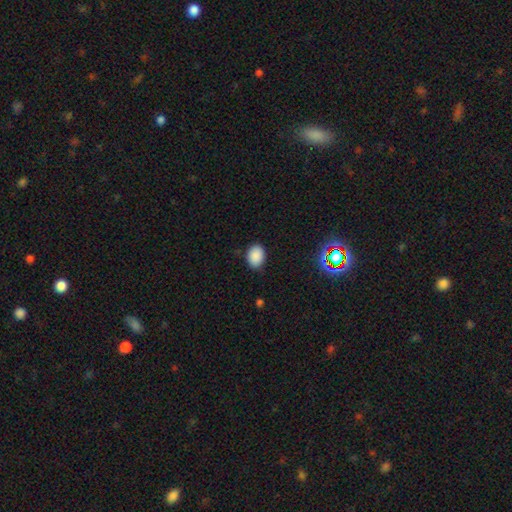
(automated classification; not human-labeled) smooth_or_featured: smooth (p=0.87) [alt: star or artifact p=0.09]
how_rounded: in between (p=0.68) [alt: round p=0.31]
merging: none (p=0.82) [alt: minor disturbance p=0.14]